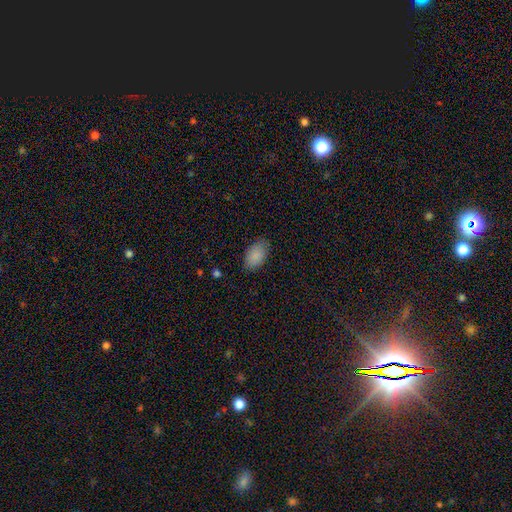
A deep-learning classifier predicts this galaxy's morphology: A smooth galaxy with no disk features (88%) that is in between round and cigar-shaped (92%). Merging: none (81%).